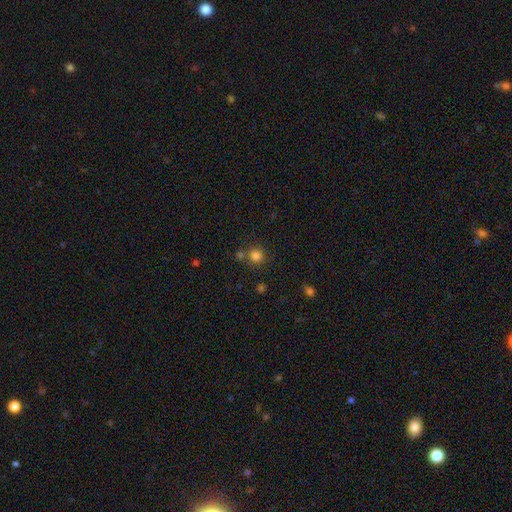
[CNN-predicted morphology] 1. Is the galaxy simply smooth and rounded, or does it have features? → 81% smooth, 14% star or artifact, 5% featured or disk.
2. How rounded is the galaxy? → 90% round, 9% in between, 1% cigar-shaped.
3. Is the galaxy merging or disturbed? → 69% none, 17% merger, 10% minor disturbance, 4% major disturbance.